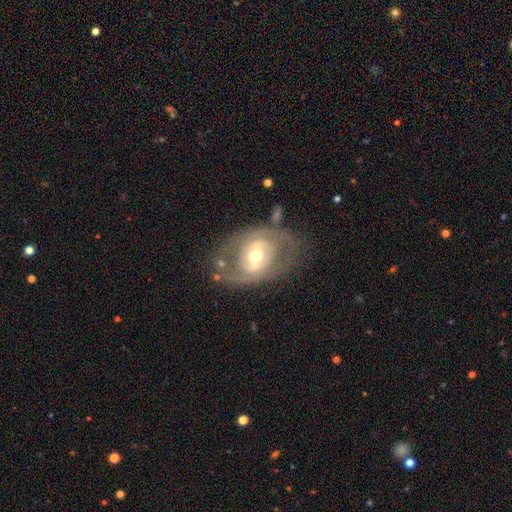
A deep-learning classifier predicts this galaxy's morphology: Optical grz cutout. It shows a featured or disk galaxy (75%) with a weak bar (39%), spiral arms (64%) and a moderate central bulge (62%). Merging: none (65%).